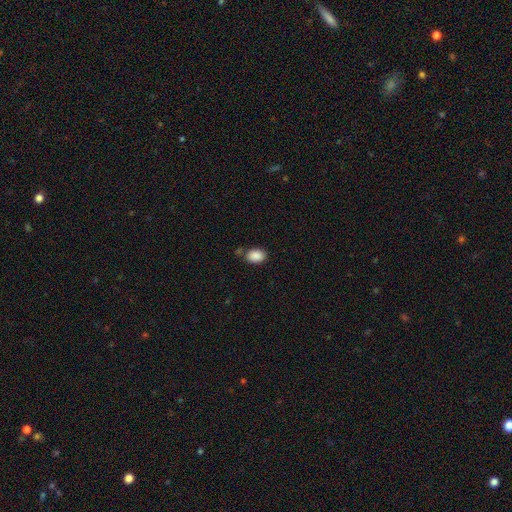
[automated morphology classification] Smooth or featured?
  - smooth: 89% *
  - star or artifact: 8%
  - featured or disk: 3%
How rounded?
  - in between: 81% *
  - round: 18%
  - cigar-shaped: 1%
Merging?
  - none: 74% *
  - minor disturbance: 14%
  - merger: 8%
  - major disturbance: 4%